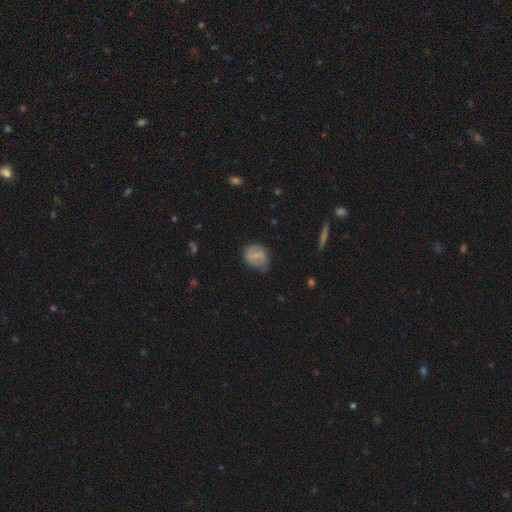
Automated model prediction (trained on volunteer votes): This is possibly a featured or disk galaxy (53%). It is clearly not viewed edge-on (96%). Bar: possibly weak (47%). Spiral arm pattern: likely yes (62%). Central bulge: possibly small (46%). Merging: likely none (69%).